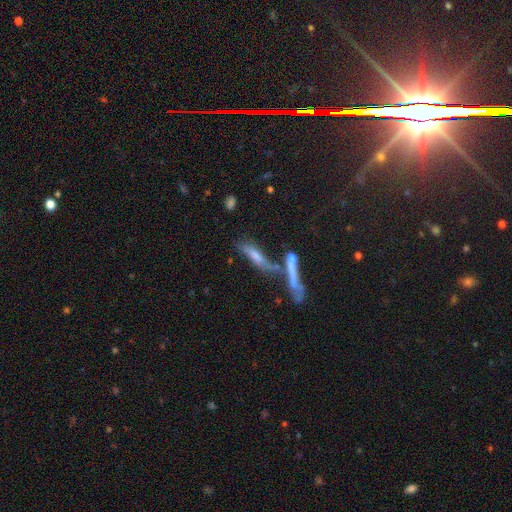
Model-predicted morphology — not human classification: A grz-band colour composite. It shows a featured or disk galaxy (44%). Merging: merger (43%).